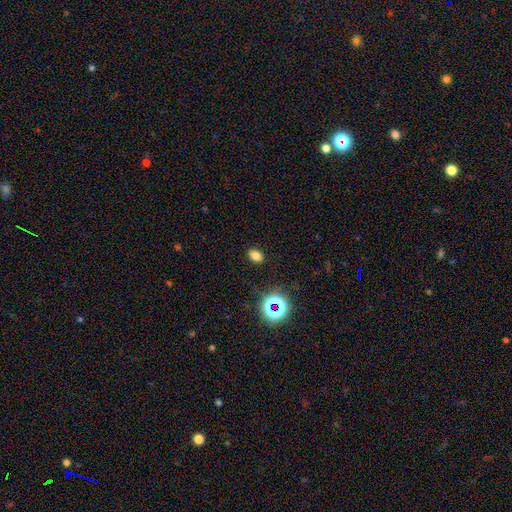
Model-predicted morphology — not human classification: Overall: smooth (74%). How rounded: in between (77%). Merging: none (87%).